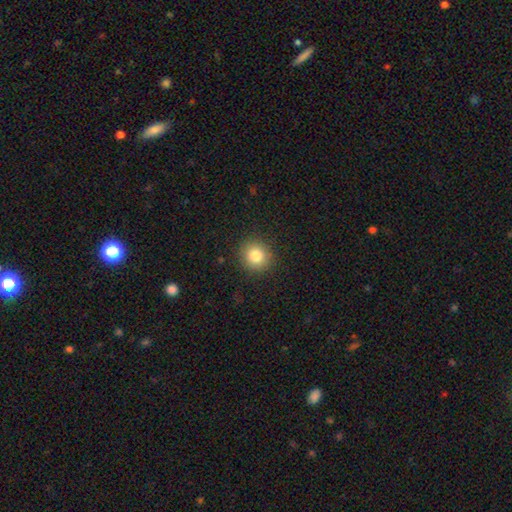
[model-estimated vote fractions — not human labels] smooth_or_featured: smooth (p=0.82) [alt: star or artifact p=0.11]
how_rounded: round (p=0.88) [alt: in between p=0.11]
merging: none (p=0.90) [alt: minor disturbance p=0.07]